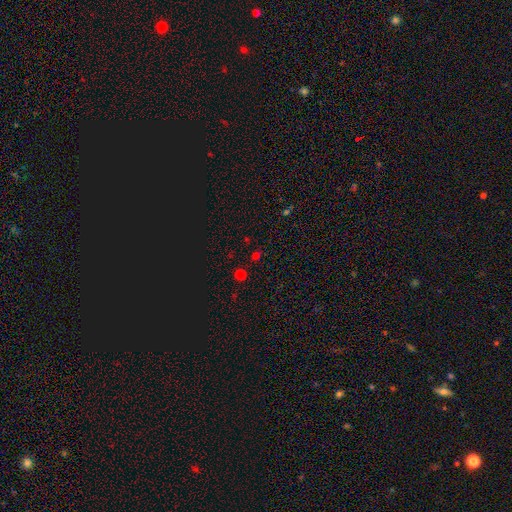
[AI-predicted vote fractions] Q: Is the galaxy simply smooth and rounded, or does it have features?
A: smooth — 61%.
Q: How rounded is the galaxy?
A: round — 86%.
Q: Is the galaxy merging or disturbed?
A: none — 87%.